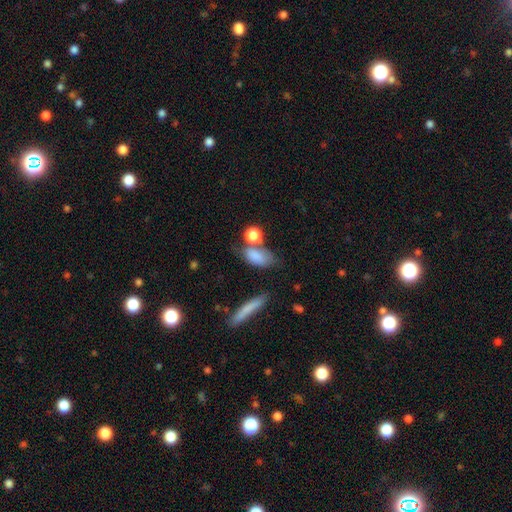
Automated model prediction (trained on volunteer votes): A smooth galaxy with no disk features (79%) that is in between round and cigar-shaped (79%).

Vote fractions:
- Smooth or featured? smooth: 79% / featured or disk: 12% / star or artifact: 9%
- How rounded? in between: 79% / round: 11% / cigar-shaped: 10%
- Merging? none: 44% / merger: 27% / minor disturbance: 19% / major disturbance: 10%